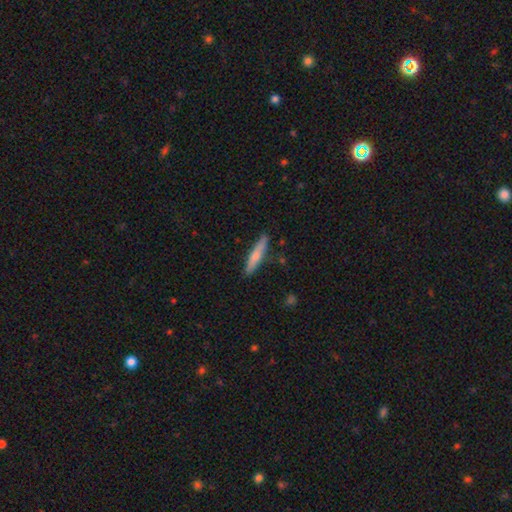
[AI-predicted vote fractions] smooth 63%, featured or disk 31%, star or artifact 6%. Down the decision tree: how rounded — cigar-shaped (90%); merging — none (87%).